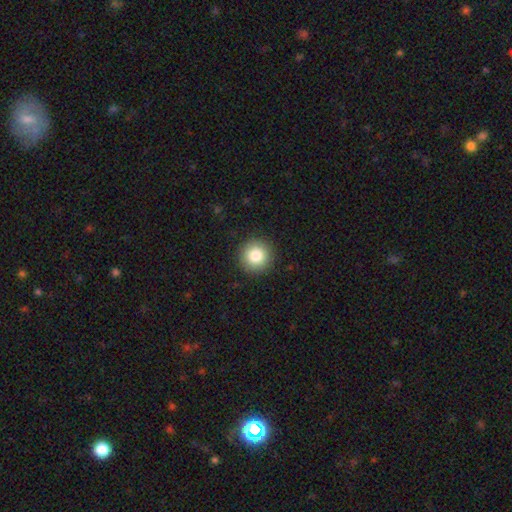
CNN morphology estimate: Overall: smooth (83%). How rounded: round (95%). Merging: none (92%).